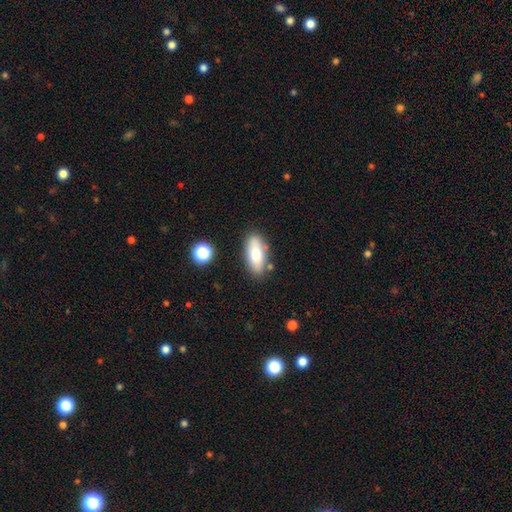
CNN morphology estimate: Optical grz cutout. It shows a smooth galaxy with no disk features (77%) that is in between round and cigar-shaped (79%). Merging: none (78%).